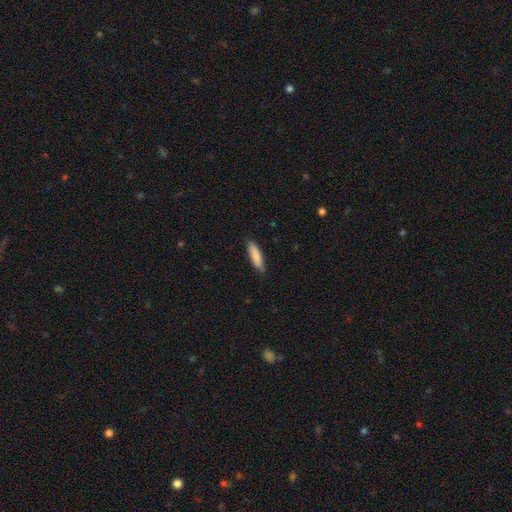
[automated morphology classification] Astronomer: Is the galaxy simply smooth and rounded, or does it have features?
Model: smooth — 85%.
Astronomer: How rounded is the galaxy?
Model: cigar-shaped — 70%.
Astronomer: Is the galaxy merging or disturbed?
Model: none — 86%.